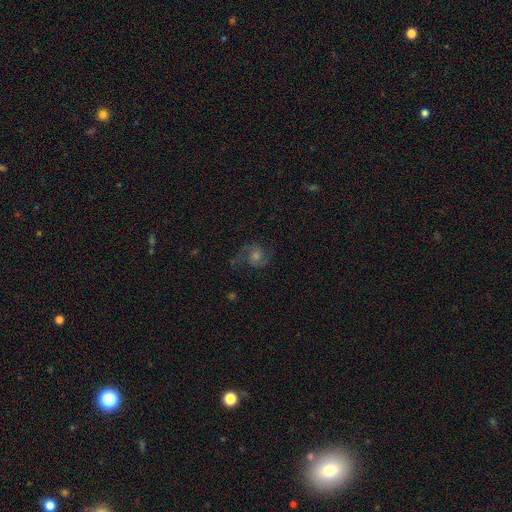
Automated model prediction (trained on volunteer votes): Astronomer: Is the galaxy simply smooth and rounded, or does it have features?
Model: featured or disk — 79%.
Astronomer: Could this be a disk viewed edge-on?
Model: no — 98%.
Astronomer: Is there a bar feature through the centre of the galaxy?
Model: no — 66%.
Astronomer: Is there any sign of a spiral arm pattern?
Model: yes — 97%.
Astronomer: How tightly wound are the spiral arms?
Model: medium — 55%.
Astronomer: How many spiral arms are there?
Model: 2 — 88%.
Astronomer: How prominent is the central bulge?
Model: moderate — 46% (runner-up: small, 42%).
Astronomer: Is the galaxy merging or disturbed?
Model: none — 75%.